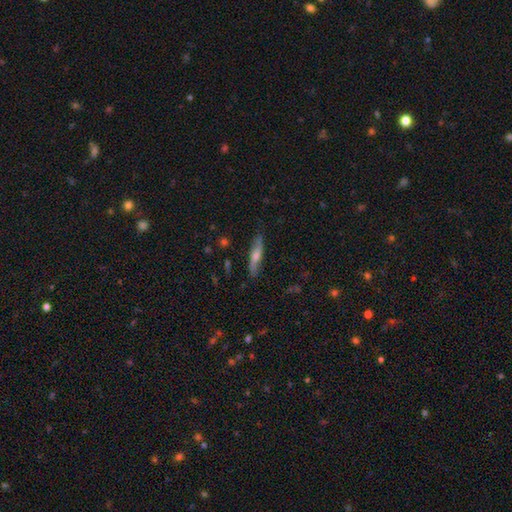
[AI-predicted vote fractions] This is possibly a featured or disk galaxy (57%). It is likely viewed edge-on (73%). Merging: clearly none (82%).